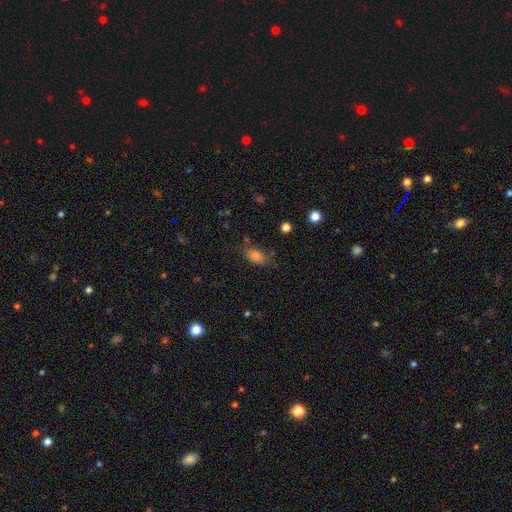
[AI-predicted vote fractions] Smooth or featured? Predicted: smooth (p=0.77). How rounded? Predicted: in between (p=0.82). Merging? Predicted: none (p=0.67).